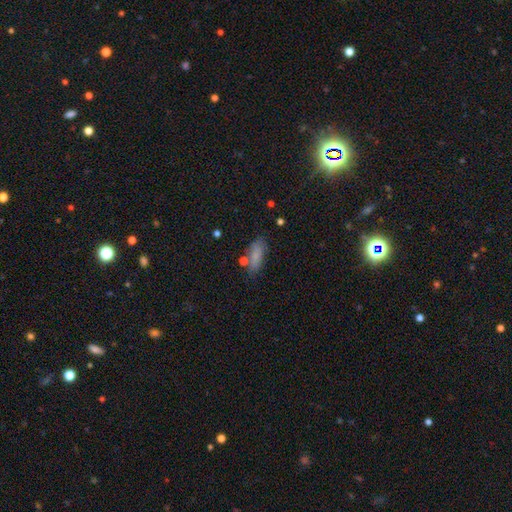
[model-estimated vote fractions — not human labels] This is likely a smooth galaxy (78%). How rounded: likely in between (68%). Merging: likely none (68%).